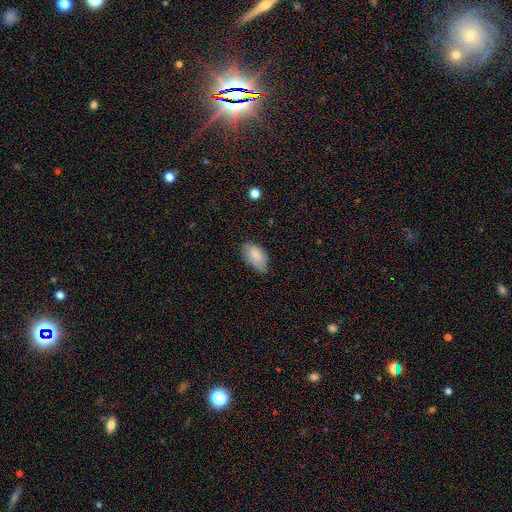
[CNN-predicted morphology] This appears to be a smooth galaxy with no disk features (83%) that is in between round and cigar-shaped (94%). Merging: none (60%).